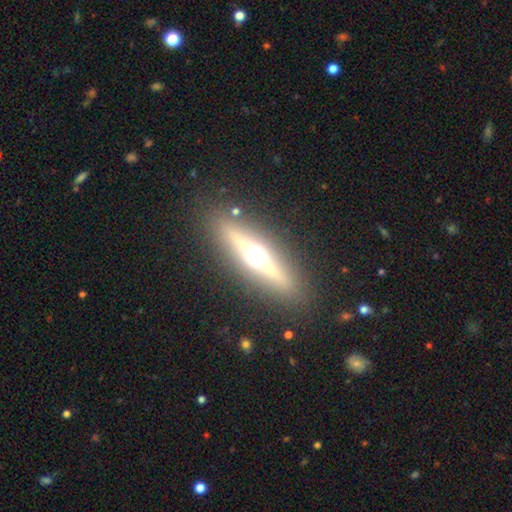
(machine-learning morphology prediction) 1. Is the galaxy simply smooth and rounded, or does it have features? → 68% featured or disk, 21% smooth, 11% star or artifact.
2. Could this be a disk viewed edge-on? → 93% yes, 7% no.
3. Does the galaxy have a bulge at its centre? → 96% rounded, 3% boxy, 1% none.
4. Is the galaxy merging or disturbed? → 88% none, 7% minor disturbance, 3% major disturbance, 2% merger.